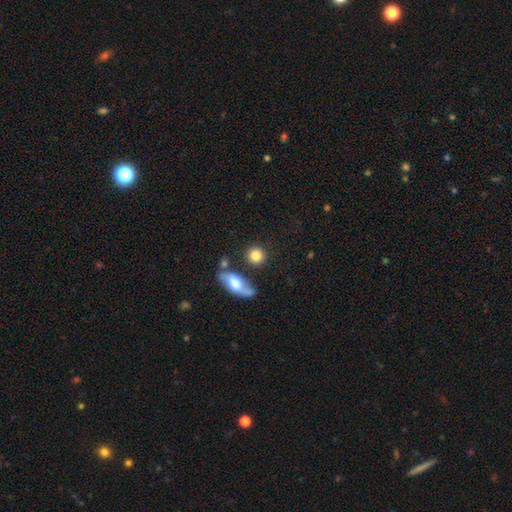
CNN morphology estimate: Smooth or featured? smooth (82%)
How rounded? round (86%)
Merging? none (77%)